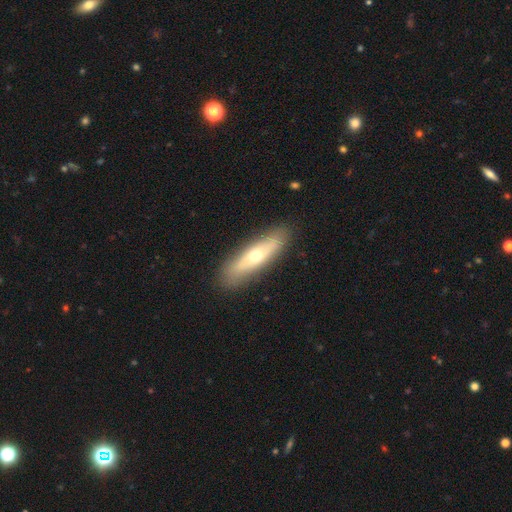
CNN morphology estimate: A smooth galaxy with no disk features (48%).

Vote fractions:
- Smooth or featured? smooth: 48% / featured or disk: 46% / star or artifact: 6%
- Merging? none: 87% / minor disturbance: 9% / major disturbance: 2% / merger: 1%